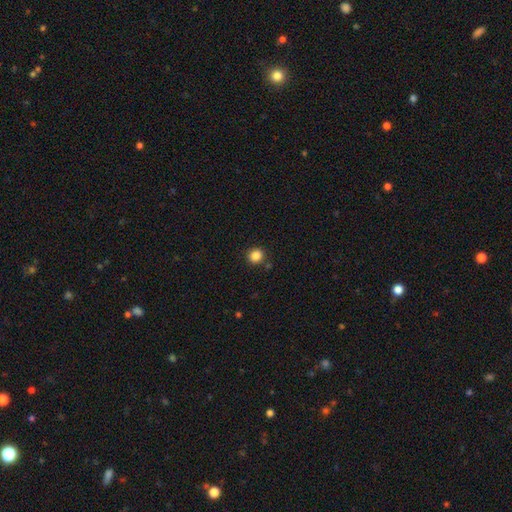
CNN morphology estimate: Smooth or featured? smooth (85%)
How rounded? round (87%)
Merging? none (86%)